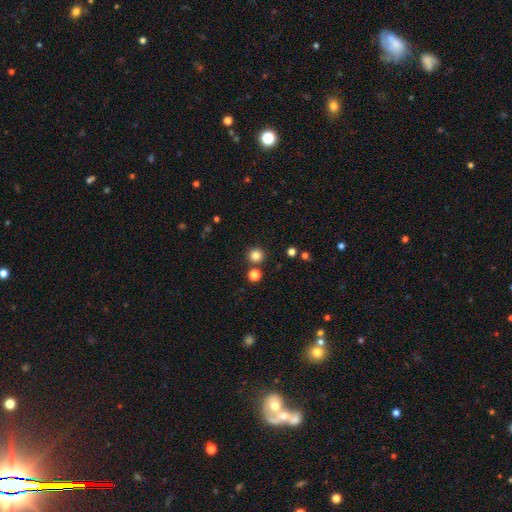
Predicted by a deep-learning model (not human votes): This is clearly a smooth galaxy (82%). How rounded: clearly round (93%). Merging: clearly none (85%).